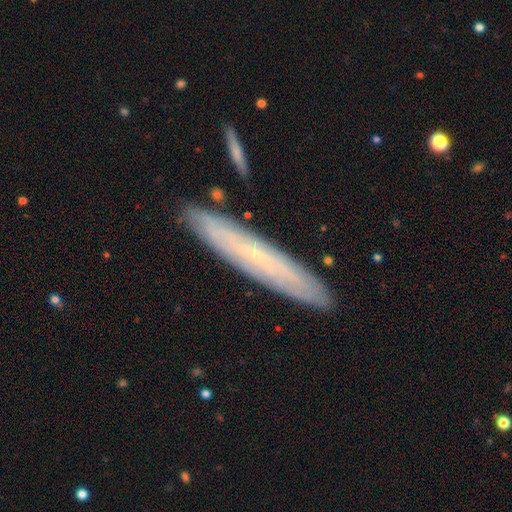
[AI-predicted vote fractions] A featured or disk galaxy (61%) viewed edge-on (62%).

Vote fractions:
- Smooth or featured? featured or disk: 61% / smooth: 31% / star or artifact: 8%
- Edge-on disk? yes: 62% / no: 38%
- Merging? none: 88% / minor disturbance: 9% / merger: 2% / major disturbance: 2%